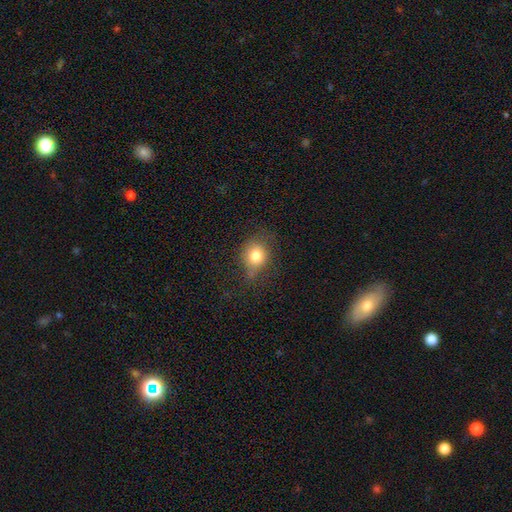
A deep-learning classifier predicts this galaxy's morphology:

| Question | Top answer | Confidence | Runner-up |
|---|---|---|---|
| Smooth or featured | smooth | 76% | star or artifact (13%) |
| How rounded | round | 71% | in between (28%) |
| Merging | none | 62% | minor disturbance (25%) |